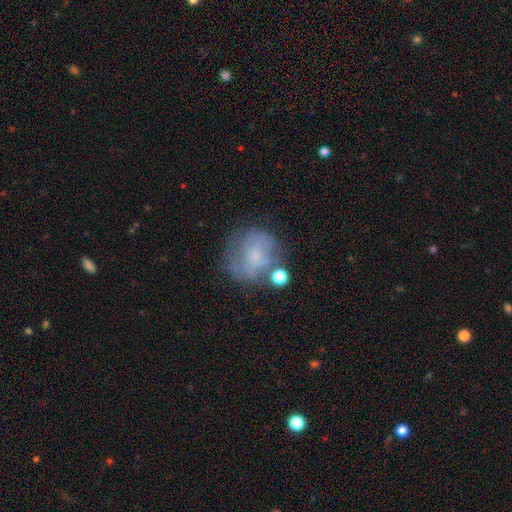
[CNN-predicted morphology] Smooth or featured? Predicted: featured or disk (p=0.45). Merging? Predicted: none (p=0.53).